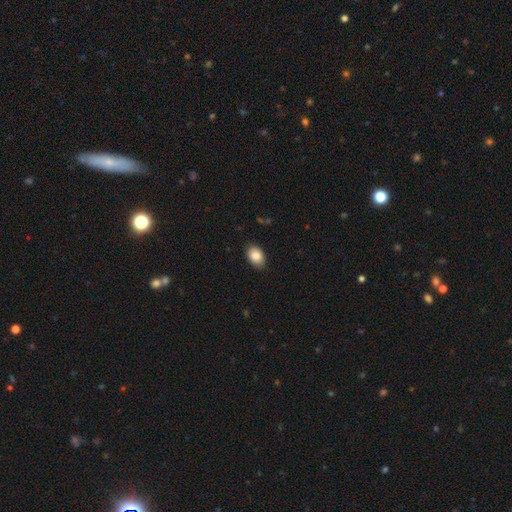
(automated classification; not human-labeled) The model was most divided on "how rounded": in between: 82%, round: 17%, cigar-shaped: 1%. More confident: smooth or featured — smooth (87%); merging — none (84%).